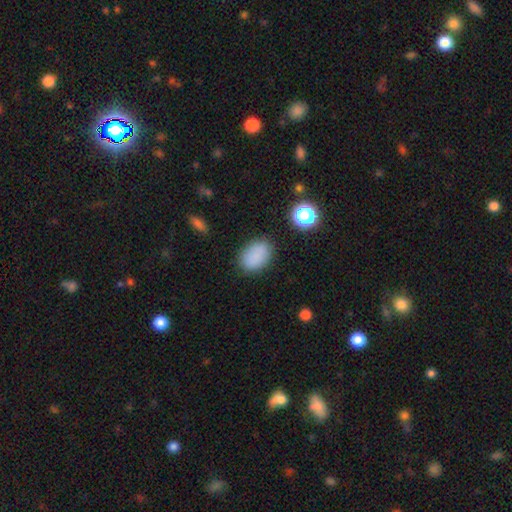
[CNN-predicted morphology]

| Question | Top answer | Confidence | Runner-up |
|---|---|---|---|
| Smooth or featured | smooth | 84% | star or artifact (11%) |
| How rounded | in between | 85% | round (14%) |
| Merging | none | 83% | minor disturbance (11%) |